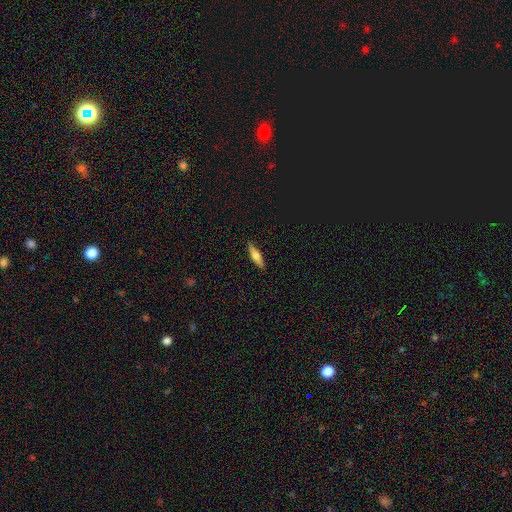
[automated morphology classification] A smooth galaxy with no disk features (57%) that is cigar-shaped (67%).

Vote fractions:
- Smooth or featured? smooth: 57% / featured or disk: 37% / star or artifact: 7%
- How rounded? cigar-shaped: 67% / in between: 31% / round: 2%
- Merging? none: 88% / minor disturbance: 9% / major disturbance: 2% / merger: 1%